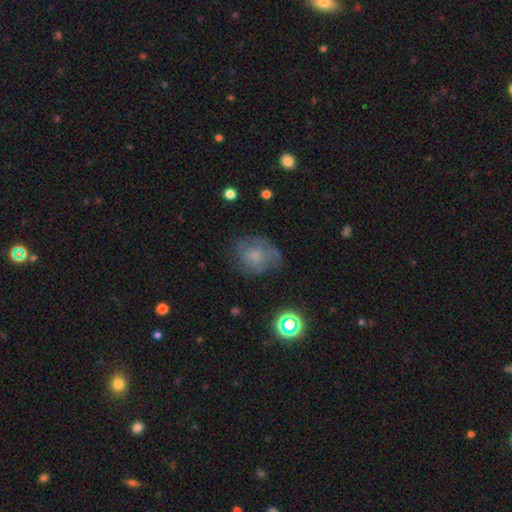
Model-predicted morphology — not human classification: Smooth or featured?
  - smooth: 48% *
  - featured or disk: 38%
  - star or artifact: 14%
Merging?
  - none: 57% *
  - minor disturbance: 27%
  - major disturbance: 14%
  - merger: 2%